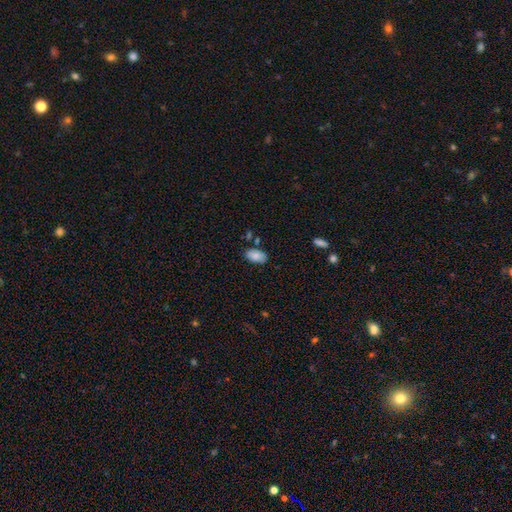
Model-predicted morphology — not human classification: smooth 83%, featured or disk 9%, star or artifact 7%. Down the decision tree: how rounded — in between (94%); merging — none (77%).